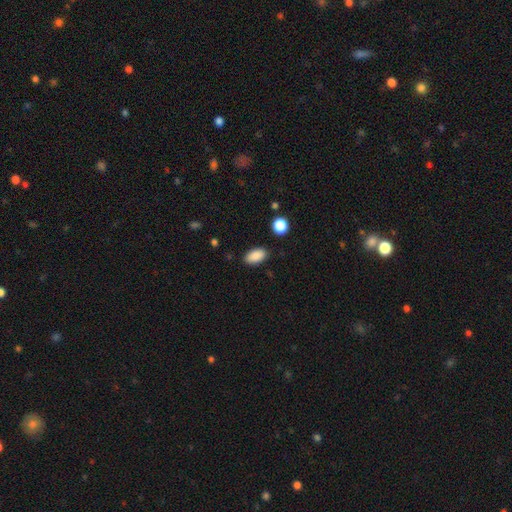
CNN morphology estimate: type=smooth (89%); roundness=in between (93%); merging=none (86%).